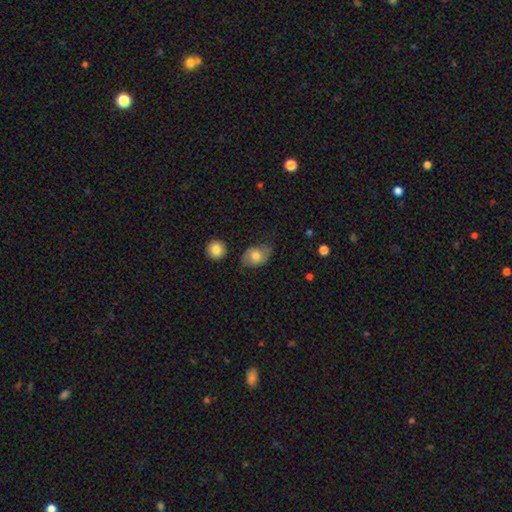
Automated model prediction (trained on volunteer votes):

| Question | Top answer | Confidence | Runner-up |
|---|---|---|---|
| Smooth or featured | smooth | 66% | featured or disk (26%) |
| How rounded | in between | 74% | round (25%) |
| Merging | none | 68% | minor disturbance (23%) |